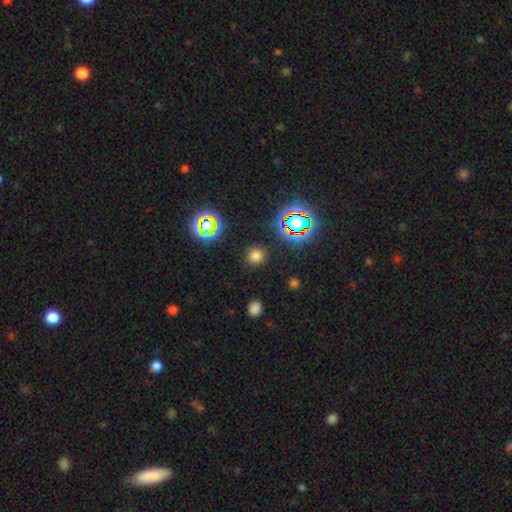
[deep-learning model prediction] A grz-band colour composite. It shows a smooth galaxy with no disk features (72%) that is round (92%). Merging: none (90%).